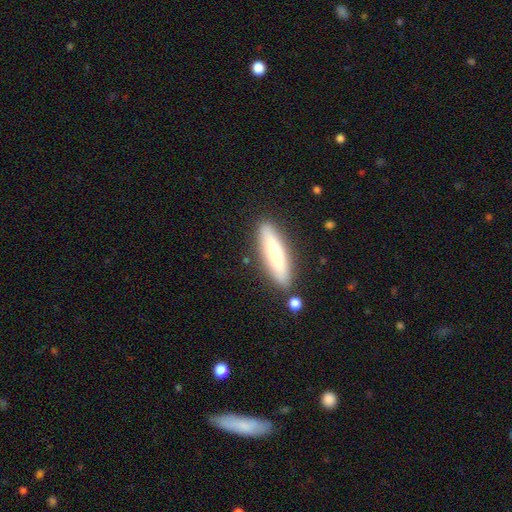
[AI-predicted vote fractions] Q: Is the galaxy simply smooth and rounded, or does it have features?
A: smooth — 64%.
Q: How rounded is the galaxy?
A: cigar-shaped — 70%.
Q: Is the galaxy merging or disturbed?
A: none — 85%.